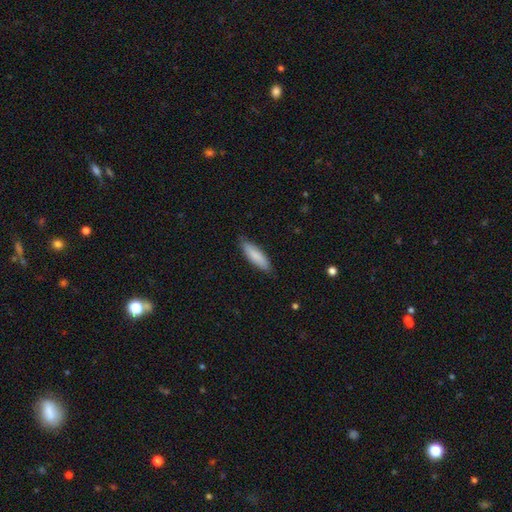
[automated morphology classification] A smooth galaxy with no disk features (84%) that is cigar-shaped (61%).

Vote fractions:
- Smooth or featured? smooth: 84% / featured or disk: 10% / star or artifact: 5%
- How rounded? cigar-shaped: 61% / in between: 37% / round: 1%
- Merging? none: 84% / minor disturbance: 13% / major disturbance: 2% / merger: 1%